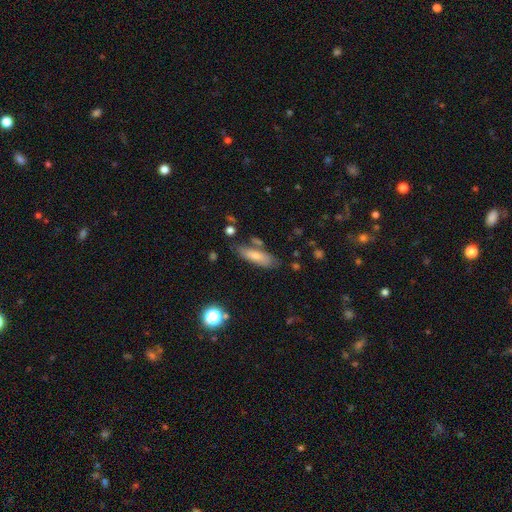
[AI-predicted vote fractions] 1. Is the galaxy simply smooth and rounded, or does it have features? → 70% smooth, 23% featured or disk, 8% star or artifact.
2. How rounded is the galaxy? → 55% in between, 42% cigar-shaped, 2% round.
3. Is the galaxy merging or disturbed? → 65% none, 19% minor disturbance, 9% merger, 6% major disturbance.